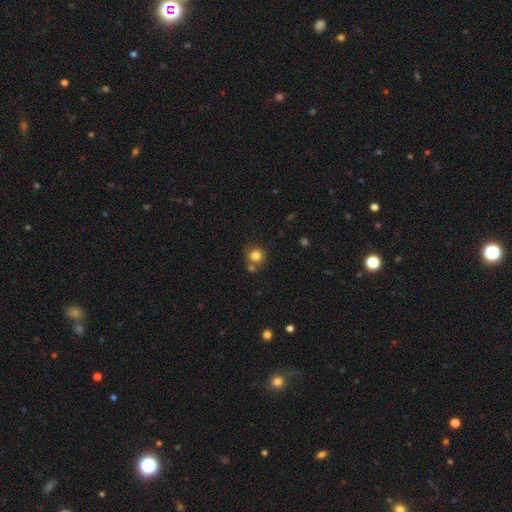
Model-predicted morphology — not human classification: A smooth galaxy with no disk features (81%) that is round (88%). Merging: none (67%).